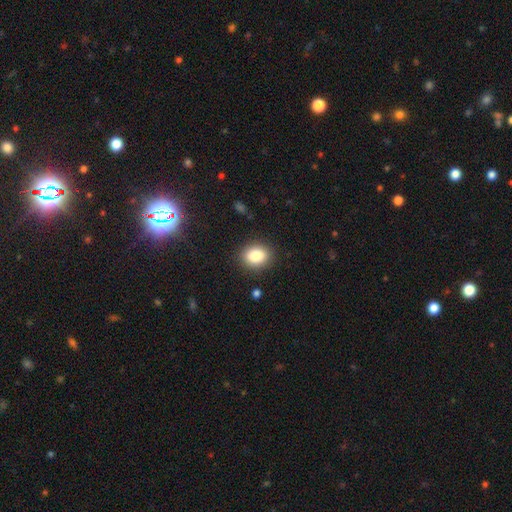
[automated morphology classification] Smooth or featured?
  - smooth: 84% *
  - star or artifact: 9%
  - featured or disk: 7%
How rounded?
  - in between: 55% *
  - round: 44%
  - cigar-shaped: 1%
Merging?
  - none: 88% *
  - minor disturbance: 8%
  - major disturbance: 3%
  - merger: 1%